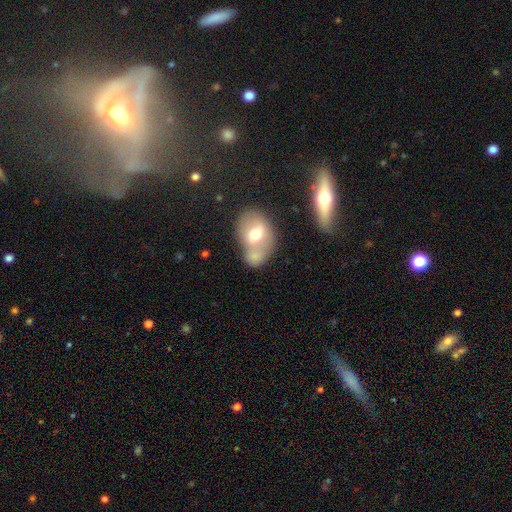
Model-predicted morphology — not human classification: Smooth or featured? Predicted: smooth (p=0.60). How rounded? Predicted: in between (p=0.69). Merging? Predicted: merger (p=0.44).